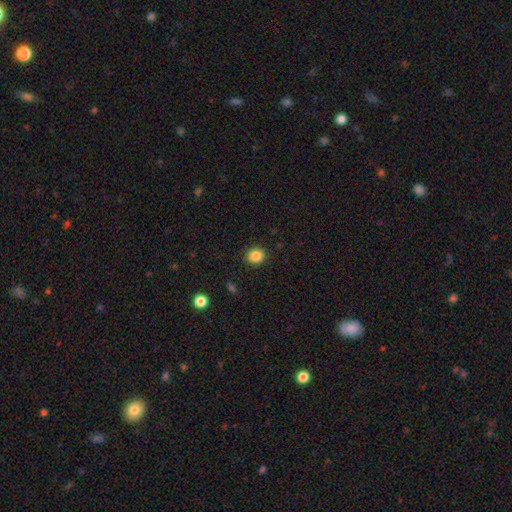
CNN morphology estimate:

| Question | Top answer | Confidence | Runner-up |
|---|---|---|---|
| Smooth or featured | smooth | 86% | star or artifact (10%) |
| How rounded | round | 78% | in between (21%) |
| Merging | none | 90% | minor disturbance (7%) |